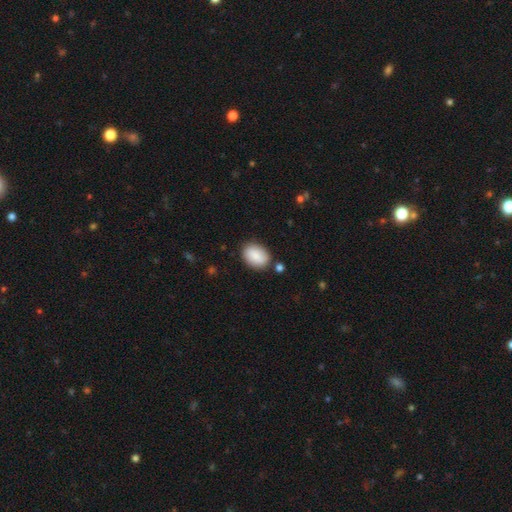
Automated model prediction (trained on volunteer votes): Q: Smooth or featured?
A: smooth (87%); runner-up: featured or disk (7%)
Q: How rounded?
A: in between (82%); runner-up: round (17%)
Q: Merging?
A: none (83%); runner-up: minor disturbance (11%)